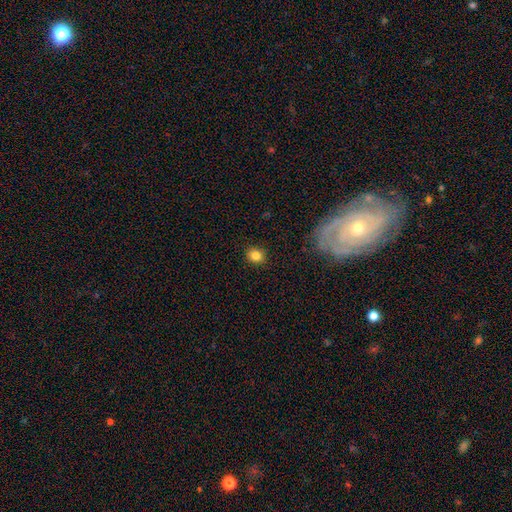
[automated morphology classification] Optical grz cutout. It shows a smooth galaxy with no disk features (83%) that is round (72%). Merging: none (90%).